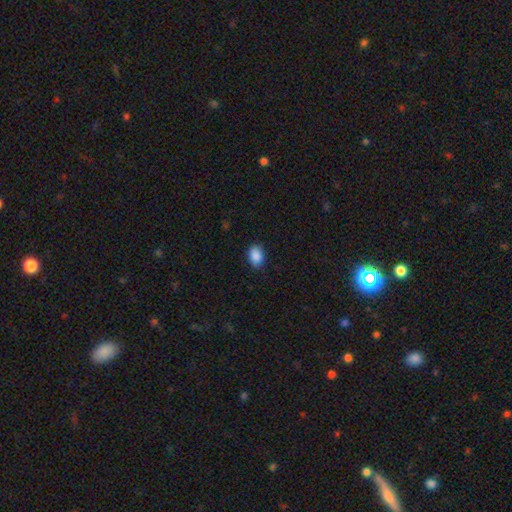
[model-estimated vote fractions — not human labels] A smooth galaxy with no disk features (89%) that is in between round and cigar-shaped (81%). Merging: none (83%).